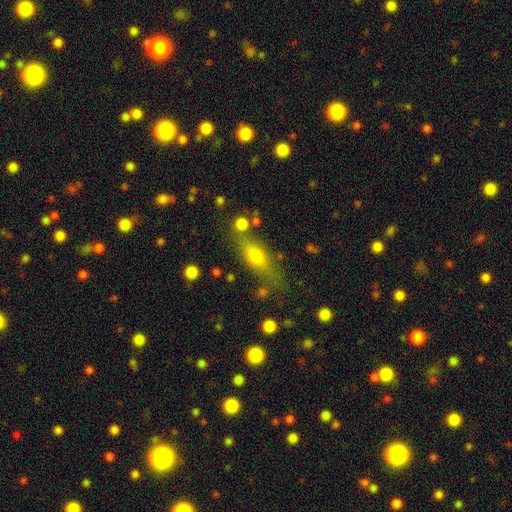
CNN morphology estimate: This is likely a smooth galaxy (66%). How rounded: likely in between (61%). Merging: likely none (61%).